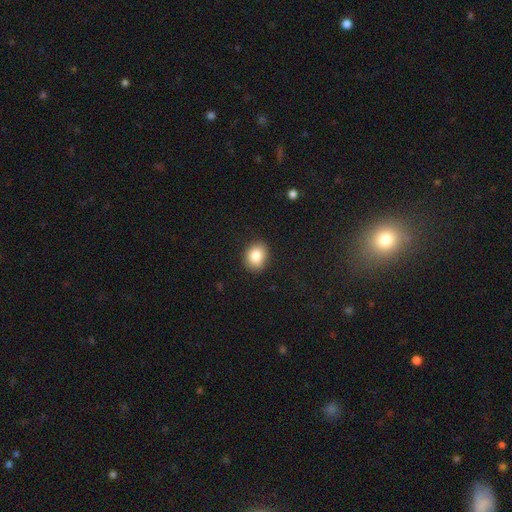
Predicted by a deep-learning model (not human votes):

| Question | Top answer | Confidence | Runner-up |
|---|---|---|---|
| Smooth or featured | smooth | 84% | star or artifact (9%) |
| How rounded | in between | 53% | round (46%) |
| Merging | none | 85% | minor disturbance (11%) |